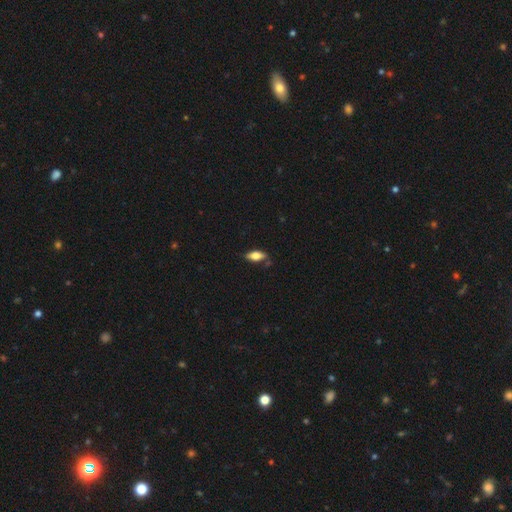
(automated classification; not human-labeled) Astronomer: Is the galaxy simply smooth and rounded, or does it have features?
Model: smooth — 72%.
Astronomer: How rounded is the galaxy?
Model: in between — 83%.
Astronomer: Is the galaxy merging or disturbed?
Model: none — 72%.